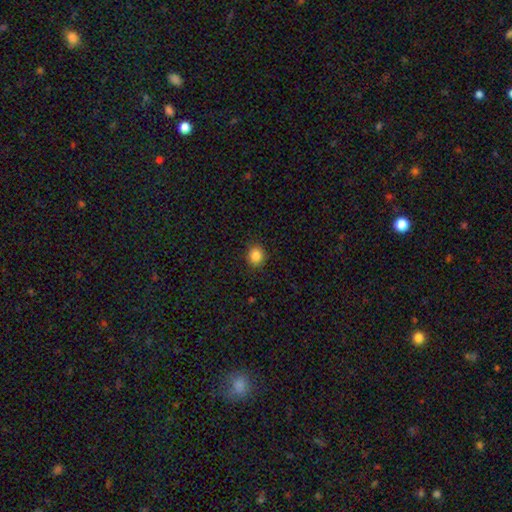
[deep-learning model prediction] Smooth or featured? smooth (86%)
How rounded? round (75%)
Merging? none (89%)